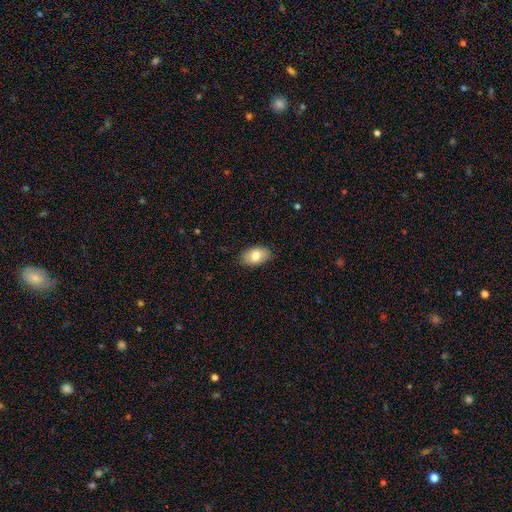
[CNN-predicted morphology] type=smooth (79%); roundness=in between (92%); merging=none (85%).